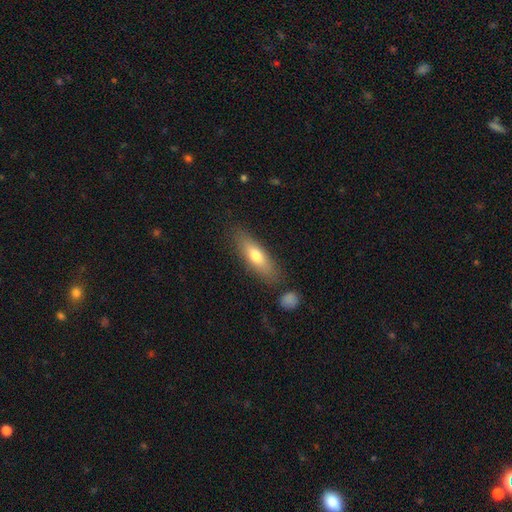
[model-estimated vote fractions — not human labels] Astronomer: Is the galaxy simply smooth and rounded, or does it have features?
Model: smooth — 68%.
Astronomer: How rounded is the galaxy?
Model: cigar-shaped — 49% (runner-up: in between, 48%).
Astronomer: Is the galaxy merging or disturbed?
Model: none — 80%.